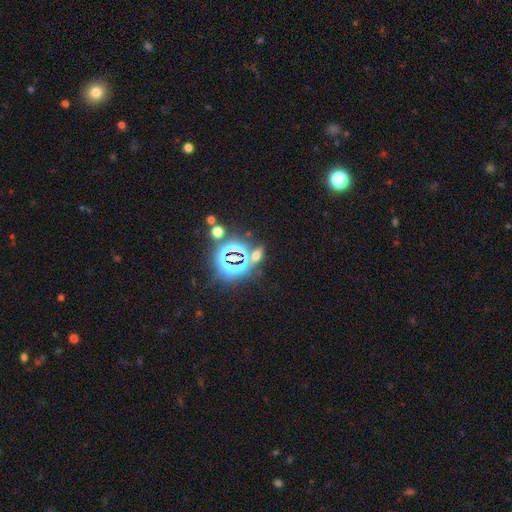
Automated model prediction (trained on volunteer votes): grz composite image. It shows a star or artifact, not a galaxy (51%).